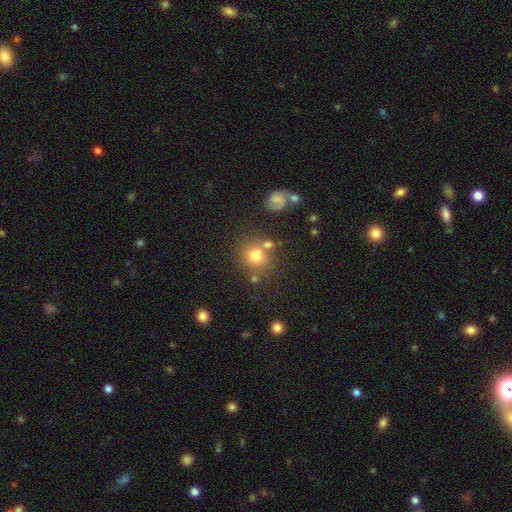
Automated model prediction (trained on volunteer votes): This is likely a smooth galaxy (73%). How rounded: clearly round (83%). Merging: likely none (65%).